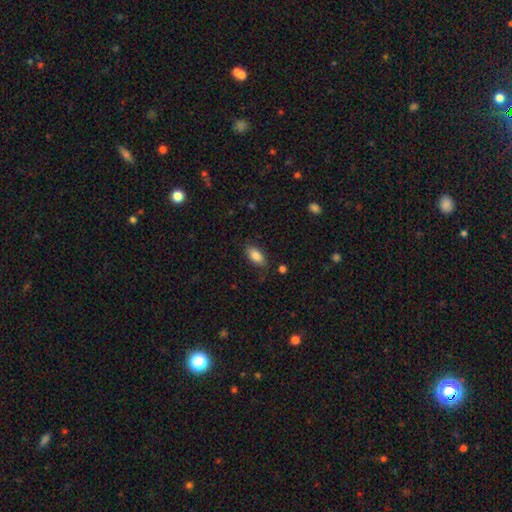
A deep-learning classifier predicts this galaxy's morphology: smooth-or-featured: smooth: 84% | featured or disk: 8% | star or artifact: 7%
  how-rounded: in between: 91% | cigar-shaped: 6% | round: 3%
  merging: none: 80% | minor disturbance: 15% | major disturbance: 4% | merger: 2%